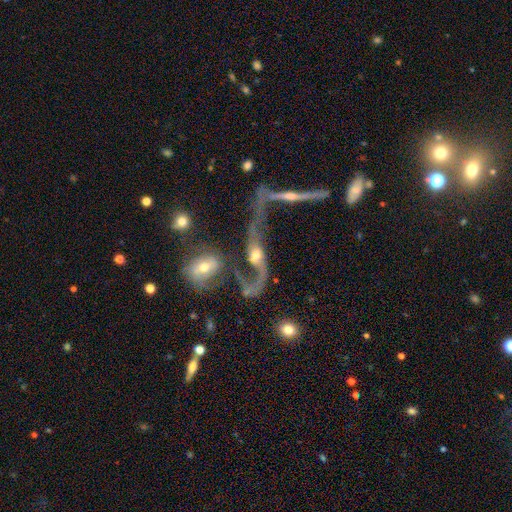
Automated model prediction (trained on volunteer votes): This appears to be a featured or disk galaxy (74%) with no bar (60%), 2 (76%) loose (88%) spiral arms (80%) and a moderate central bulge (58%). Merging: merger (45%).